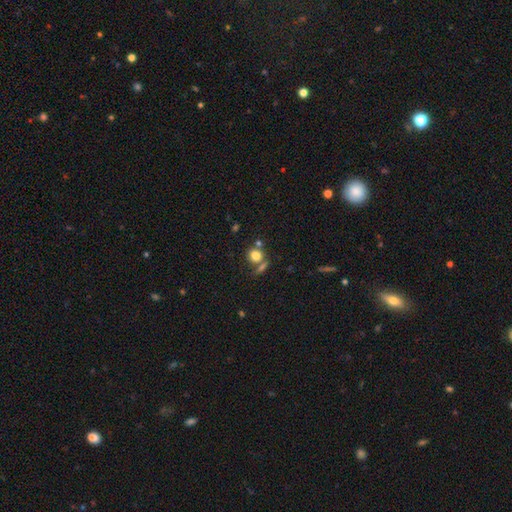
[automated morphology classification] smooth-or-featured: smooth: 77% | star or artifact: 12% | featured or disk: 10%
  how-rounded: round: 78% | in between: 20% | cigar-shaped: 2%
  merging: none: 56% | merger: 28% | minor disturbance: 11% | major disturbance: 6%